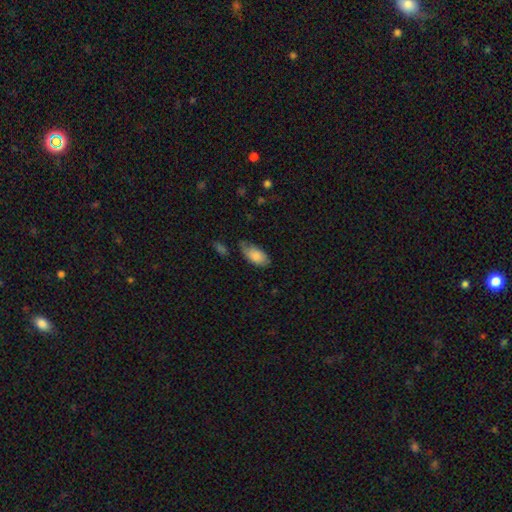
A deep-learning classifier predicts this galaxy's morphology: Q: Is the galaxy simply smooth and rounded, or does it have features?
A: smooth — 82%.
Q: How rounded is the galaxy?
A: in between — 93%.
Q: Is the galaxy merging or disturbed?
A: none — 50%.